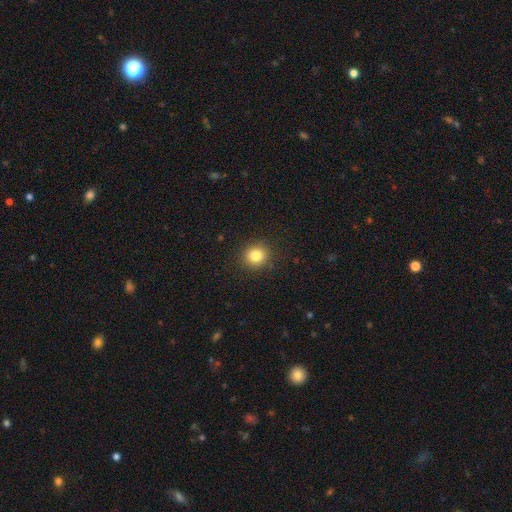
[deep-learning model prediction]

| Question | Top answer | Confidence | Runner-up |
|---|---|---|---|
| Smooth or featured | smooth | 82% | star or artifact (12%) |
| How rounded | round | 87% | in between (12%) |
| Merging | none | 90% | minor disturbance (7%) |